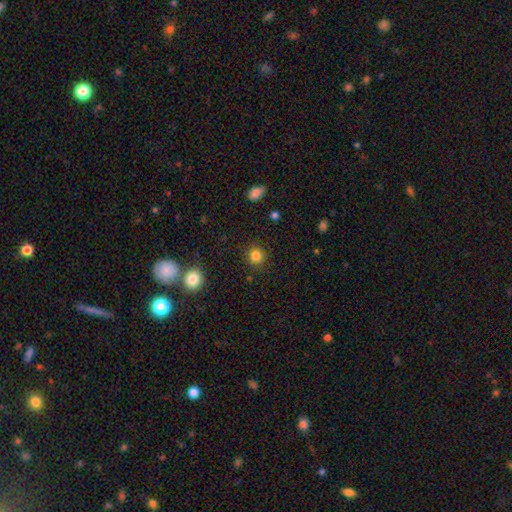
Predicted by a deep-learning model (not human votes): The model was most divided on "smooth or featured": smooth: 84%, star or artifact: 12%, featured or disk: 4%. More confident: how rounded — round (92%); merging — none (90%).